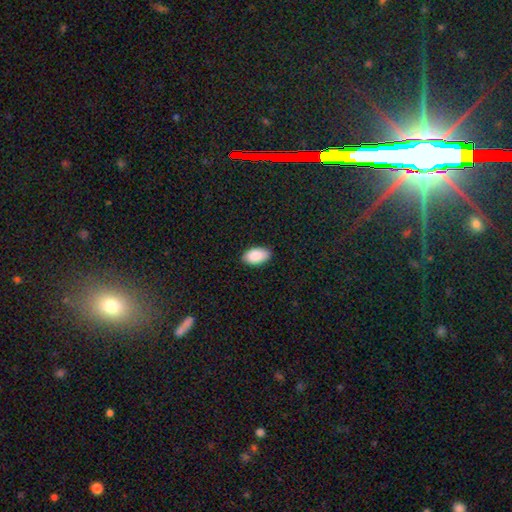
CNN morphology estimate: The model was most divided on "merging": none: 88%, minor disturbance: 9%, major disturbance: 2%, merger: 1%. More confident: how rounded — in between (95%); smooth or featured — smooth (90%).